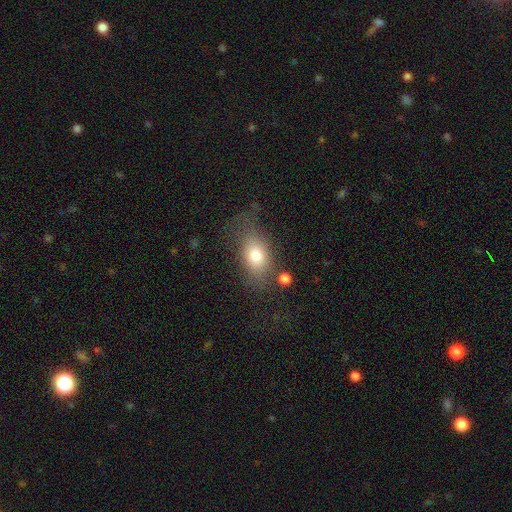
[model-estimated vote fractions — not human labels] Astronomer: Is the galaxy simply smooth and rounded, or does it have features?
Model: smooth — 76%.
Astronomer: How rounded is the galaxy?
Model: in between — 80%.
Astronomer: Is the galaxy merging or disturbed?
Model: none — 60%.